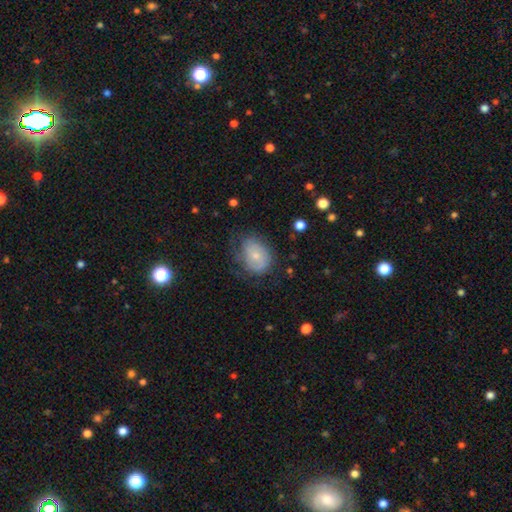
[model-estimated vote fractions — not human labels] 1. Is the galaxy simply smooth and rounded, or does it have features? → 58% smooth, 34% featured or disk, 8% star or artifact.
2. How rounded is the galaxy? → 67% in between, 32% round, 1% cigar-shaped.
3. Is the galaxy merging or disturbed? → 51% none, 31% minor disturbance, 17% major disturbance, 2% merger.